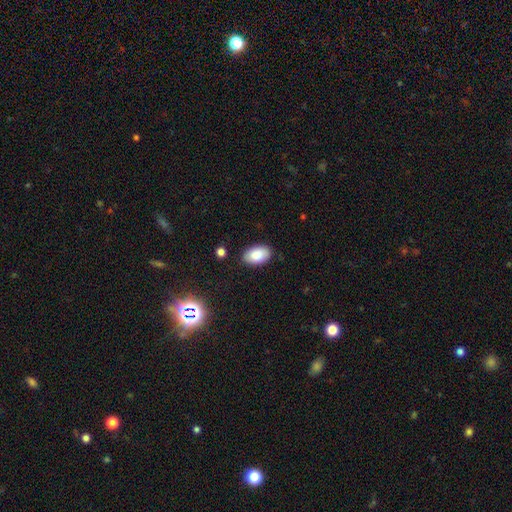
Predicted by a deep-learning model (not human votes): A smooth galaxy with no disk features (85%) that is in between round and cigar-shaped (93%).

Vote fractions:
- Smooth or featured? smooth: 85% / featured or disk: 8% / star or artifact: 7%
- How rounded? in between: 93% / round: 6% / cigar-shaped: 1%
- Merging? none: 86% / minor disturbance: 10% / major disturbance: 2% / merger: 2%